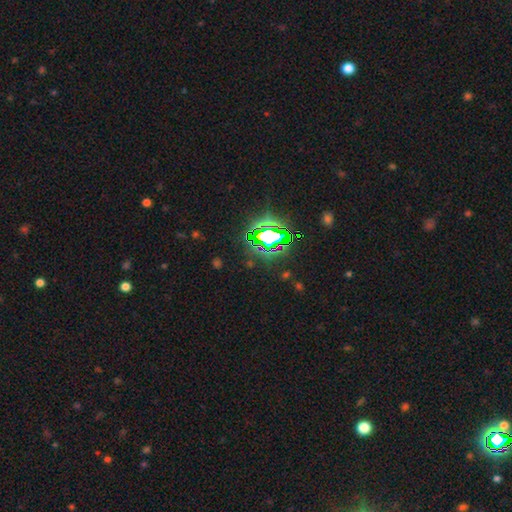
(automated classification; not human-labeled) Smooth or featured?
  - star or artifact: 79% *
  - smooth: 13%
  - featured or disk: 8%